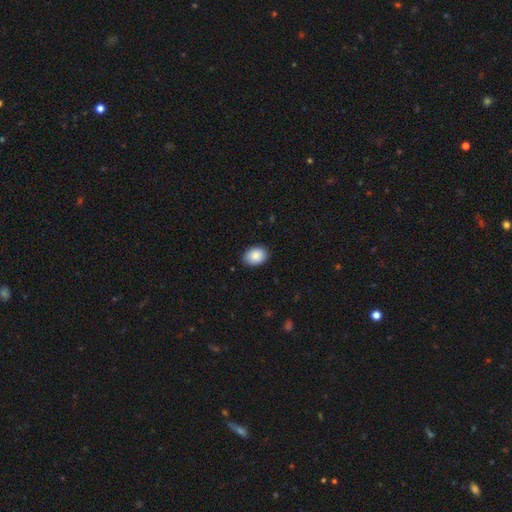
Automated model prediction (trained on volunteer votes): A smooth galaxy with no disk features (87%) that is in between round and cigar-shaped (75%).

Vote fractions:
- Smooth or featured? smooth: 87% / star or artifact: 7% / featured or disk: 6%
- How rounded? in between: 75% / round: 24% / cigar-shaped: 1%
- Merging? none: 86% / minor disturbance: 11% / major disturbance: 2% / merger: 1%